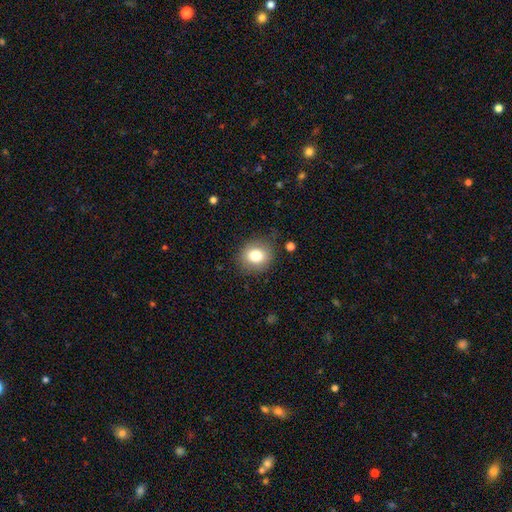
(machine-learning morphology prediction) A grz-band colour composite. It shows a smooth galaxy with no disk features (79%) that is round (76%). Merging: none (82%).